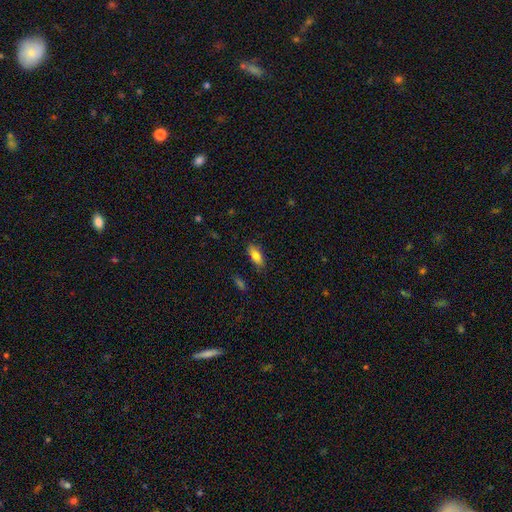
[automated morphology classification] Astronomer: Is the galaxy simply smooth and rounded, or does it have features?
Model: smooth — 82%.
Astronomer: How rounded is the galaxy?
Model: in between — 79%.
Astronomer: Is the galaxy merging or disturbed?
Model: none — 83%.